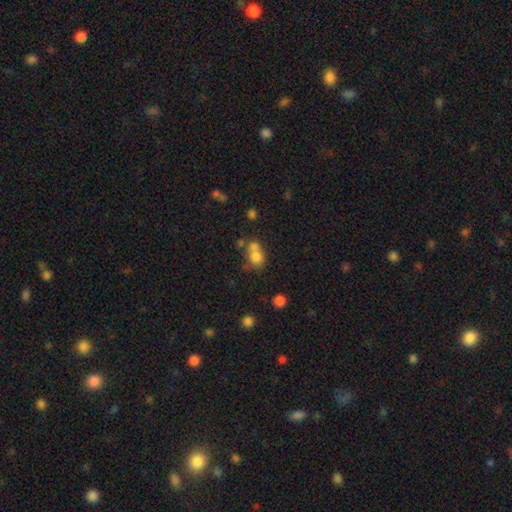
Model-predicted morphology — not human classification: smooth_or_featured: smooth (p=0.73) [alt: star or artifact p=0.13]
how_rounded: round (p=0.67) [alt: in between p=0.32]
merging: merger (p=0.48) [alt: none p=0.35]